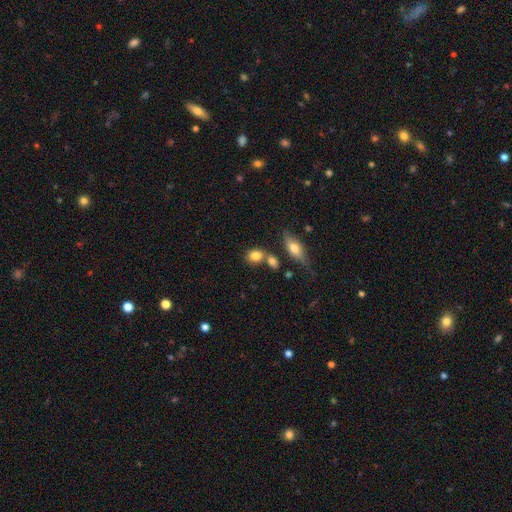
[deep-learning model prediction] Overall: smooth (81%). How rounded: in between (51%; round 46%). Merging: none (57%; merger 26%).